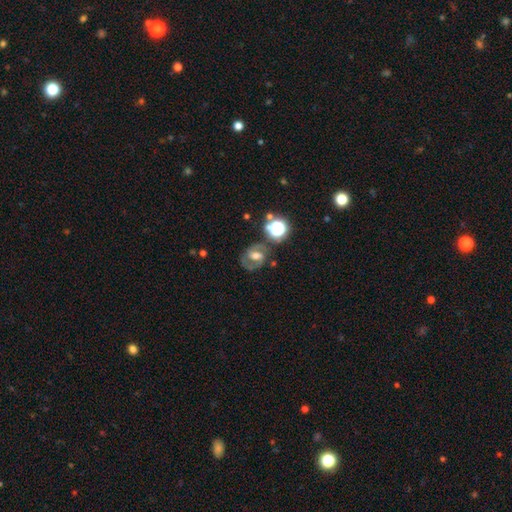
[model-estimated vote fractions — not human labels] Smooth or featured? featured or disk (64%)
Edge-on disk? no (96%)
Bar? weak (44%)
Spiral arms? yes (75%)
Bulge size? moderate (55%)
Merging? none (69%)